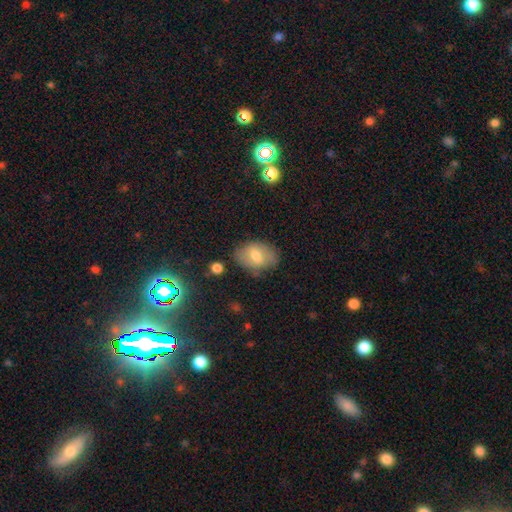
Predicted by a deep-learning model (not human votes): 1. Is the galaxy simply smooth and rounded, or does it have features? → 65% smooth, 26% featured or disk, 8% star or artifact.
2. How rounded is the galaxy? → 83% in between, 15% round, 1% cigar-shaped.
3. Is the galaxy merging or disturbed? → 69% none, 22% minor disturbance, 6% major disturbance, 3% merger.